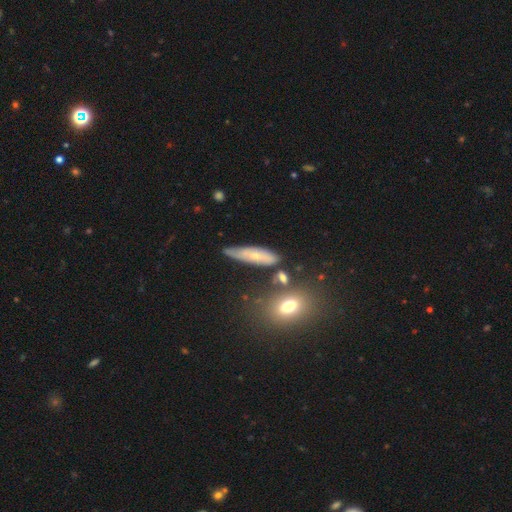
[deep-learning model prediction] The model was most divided on "smooth or featured": smooth: 46%, featured or disk: 44%, star or artifact: 10%. More confident: merging — none (58%).